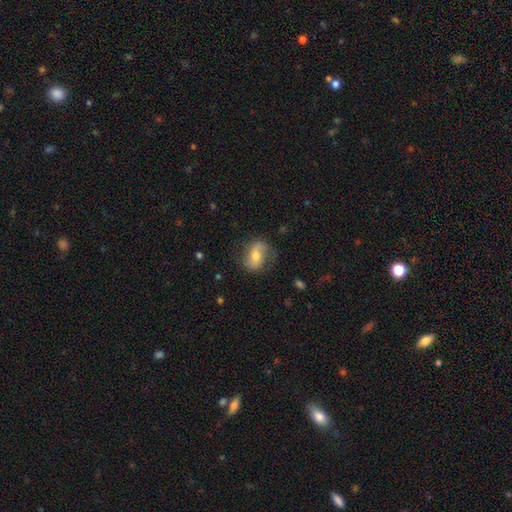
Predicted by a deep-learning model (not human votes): smooth_or_featured: featured or disk (p=0.53) [alt: smooth p=0.39]
disk_edge_on: no (p=0.94) [alt: yes p=0.06]
merging: none (p=0.71) [alt: minor disturbance p=0.19]